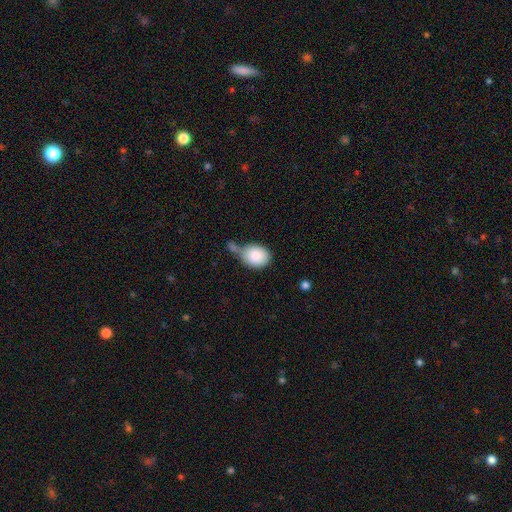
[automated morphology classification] Overall: smooth (86%). How rounded: round (55%; in between 44%). Merging: none (40%; merger 29%).